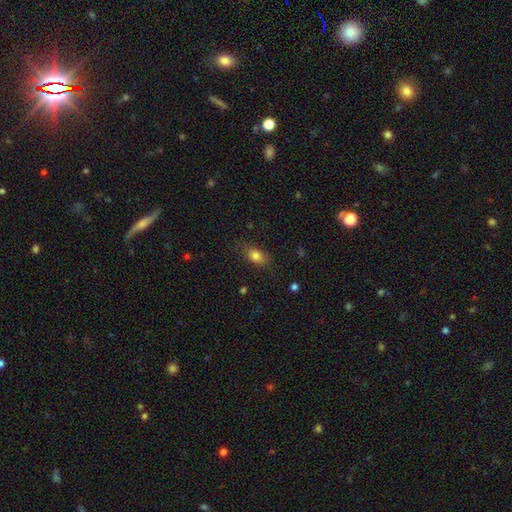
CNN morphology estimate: type=smooth (81%); roundness=in between (76%); merging=none (76%).